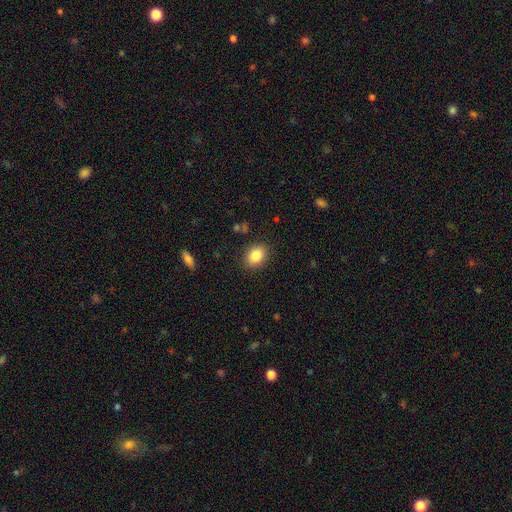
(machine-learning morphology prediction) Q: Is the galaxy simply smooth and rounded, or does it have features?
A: smooth — 85%.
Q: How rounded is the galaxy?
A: in between — 62%.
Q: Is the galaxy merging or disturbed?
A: none — 87%.